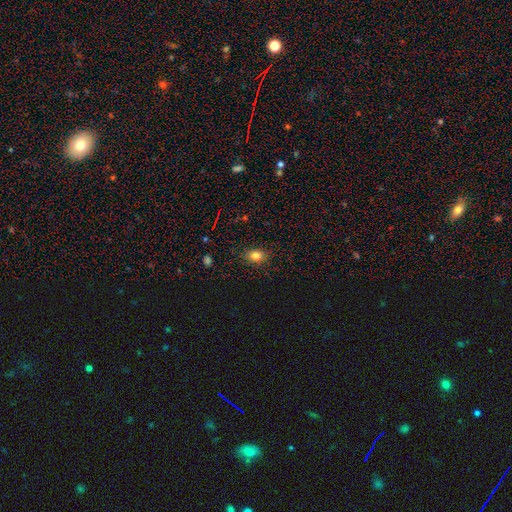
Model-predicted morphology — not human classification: This is likely a smooth galaxy (79%). How rounded: likely in between (67%). Merging: clearly none (85%).